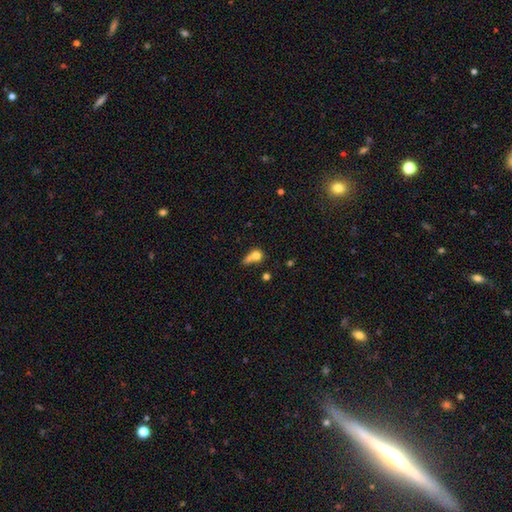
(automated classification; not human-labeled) Q: Smooth or featured?
A: smooth (73%); runner-up: featured or disk (16%)
Q: How rounded?
A: round (71%); runner-up: in between (26%)
Q: Merging?
A: merger (50%); runner-up: none (29%)